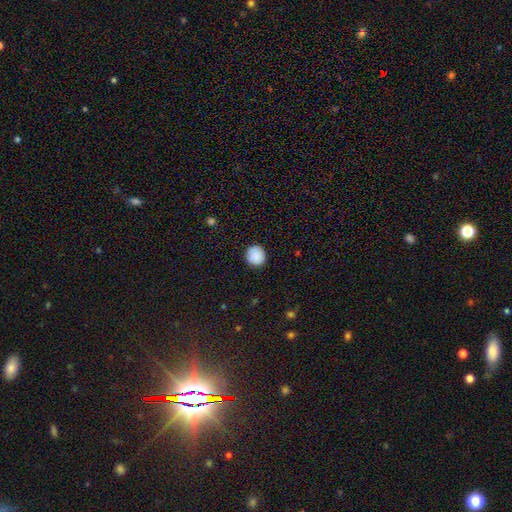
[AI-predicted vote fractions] Smooth or featured?
  - smooth: 89% *
  - star or artifact: 8%
  - featured or disk: 3%
How rounded?
  - round: 90% *
  - in between: 9%
  - cigar-shaped: 1%
Merging?
  - none: 90% *
  - minor disturbance: 8%
  - major disturbance: 2%
  - merger: 1%